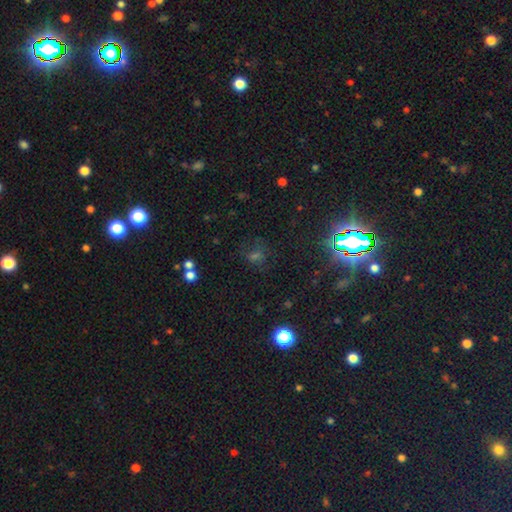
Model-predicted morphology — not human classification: type=star or artifact (55%).